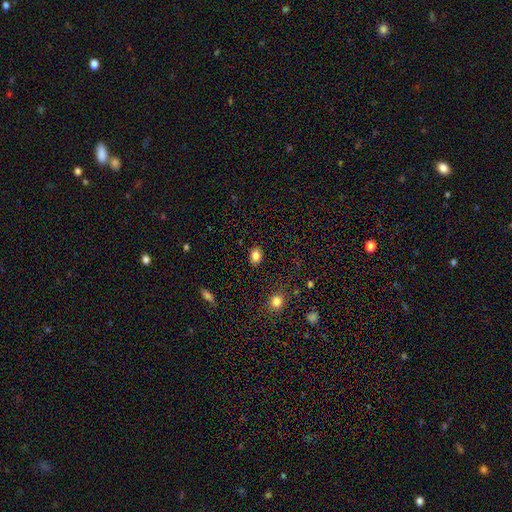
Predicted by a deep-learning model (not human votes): A smooth galaxy with no disk features (83%) that is in between round and cigar-shaped (65%).

Vote fractions:
- Smooth or featured? smooth: 83% / star or artifact: 10% / featured or disk: 6%
- How rounded? in between: 65% / round: 34% / cigar-shaped: 1%
- Merging? none: 88% / minor disturbance: 8% / major disturbance: 2% / merger: 1%